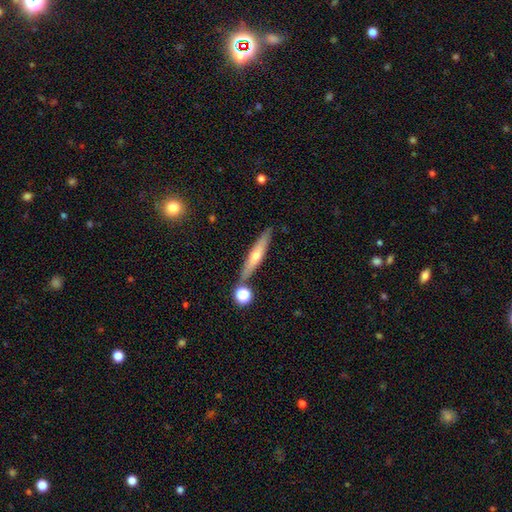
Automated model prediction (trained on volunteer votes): Smooth or featured? Predicted: featured or disk (p=0.47, tied with smooth). Merging? Predicted: none (p=0.79).